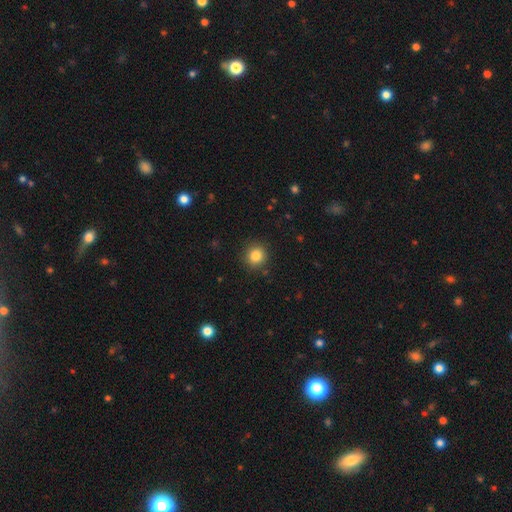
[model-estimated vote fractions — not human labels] smooth 84%, star or artifact 11%, featured or disk 5%. Down the decision tree: how rounded — round (92%); merging — none (89%).